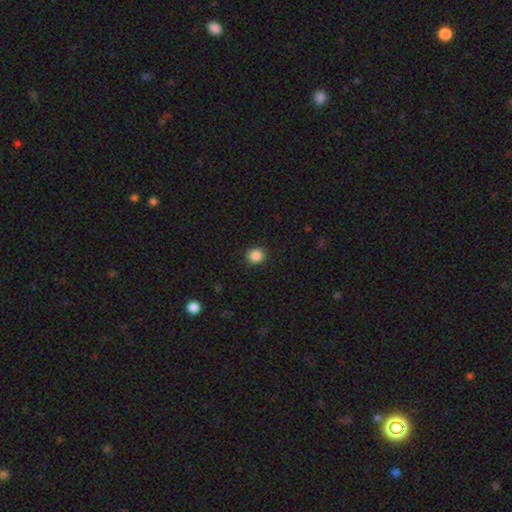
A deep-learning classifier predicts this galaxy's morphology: A smooth galaxy with no disk features (87%) that is round (89%).

Vote fractions:
- Smooth or featured? smooth: 87% / star or artifact: 10% / featured or disk: 3%
- How rounded? round: 89% / in between: 10% / cigar-shaped: 1%
- Merging? none: 91% / minor disturbance: 6% / major disturbance: 2% / merger: 1%